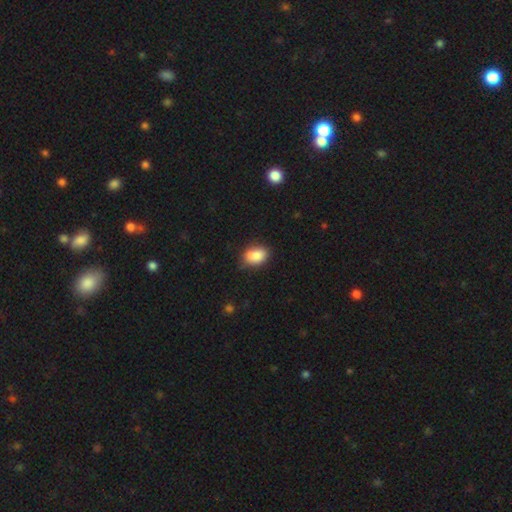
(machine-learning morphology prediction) Smooth or featured?
  - smooth: 86% *
  - star or artifact: 8%
  - featured or disk: 6%
How rounded?
  - in between: 83% *
  - round: 16%
  - cigar-shaped: 1%
Merging?
  - none: 71% *
  - minor disturbance: 23%
  - major disturbance: 4%
  - merger: 2%